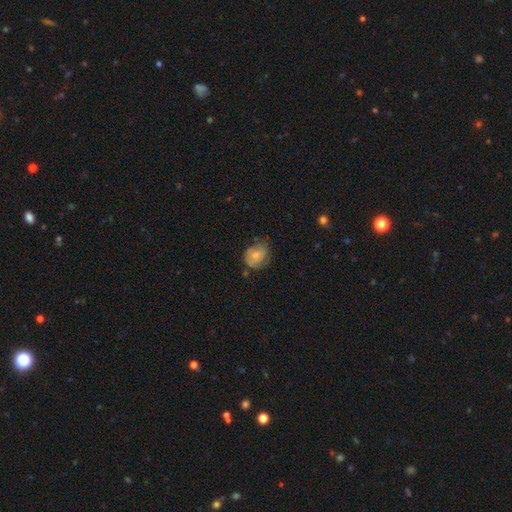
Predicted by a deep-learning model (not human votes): Overall: smooth (55%; featured or disk 38%). How rounded: in between (53%; round 46%). Merging: none (51%; minor disturbance 33%).